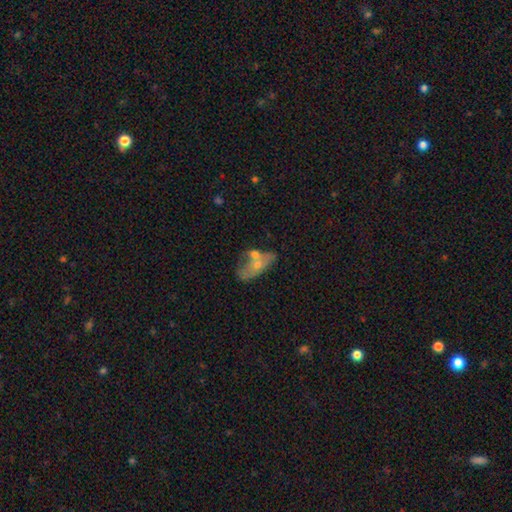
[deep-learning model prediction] Overall: smooth (51%; featured or disk 41%). How rounded: in between (79%). Merging: merger (35%; none 33%).